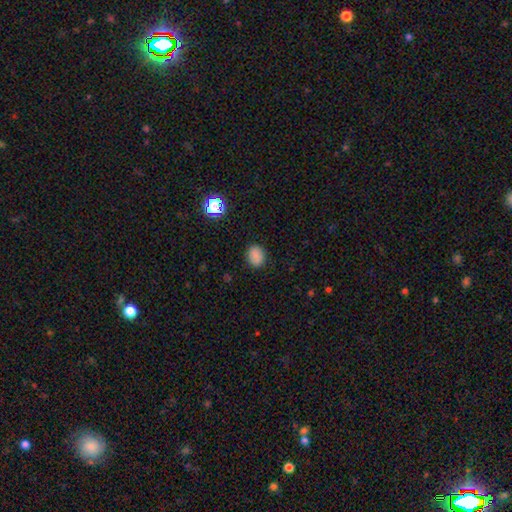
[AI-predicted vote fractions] smooth 82%, star or artifact 13%, featured or disk 5%. Down the decision tree: how rounded — round (58%); merging — none (87%).